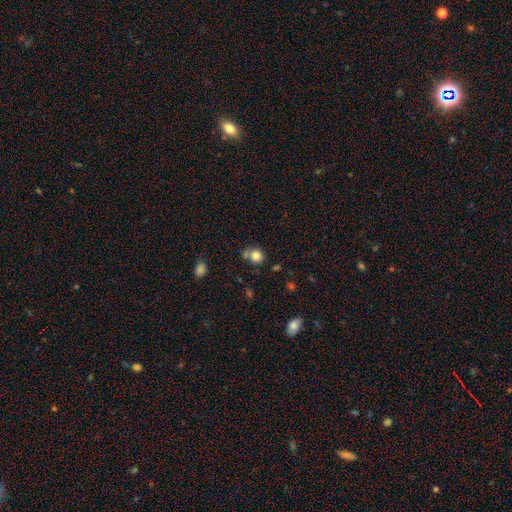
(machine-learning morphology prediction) This appears to be a smooth galaxy with no disk features (82%) that is round (84%). Merging: none (62%).